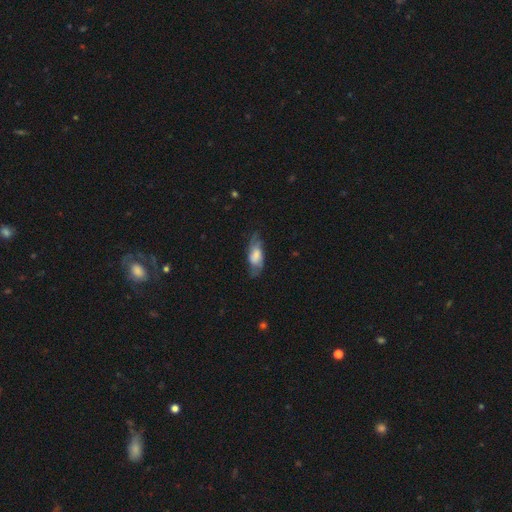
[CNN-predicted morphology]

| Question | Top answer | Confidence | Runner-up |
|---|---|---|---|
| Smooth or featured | smooth | 49% | featured or disk (43%) |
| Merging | none | 59% | minor disturbance (25%) |